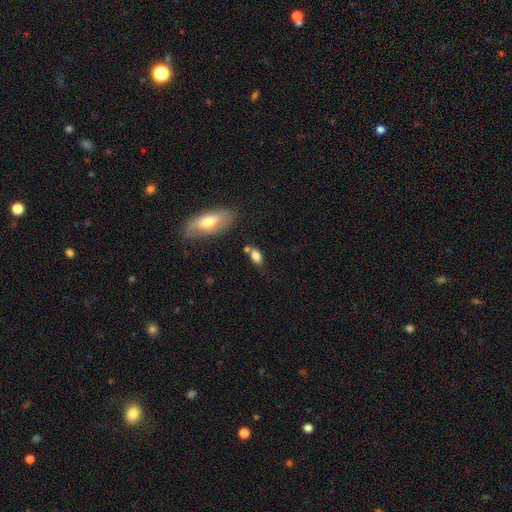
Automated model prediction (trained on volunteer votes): The model was most divided on "merging": none: 56%, minor disturbance: 19%, merger: 18%, major disturbance: 7%. More confident: how rounded — in between (84%); smooth or featured — smooth (80%).